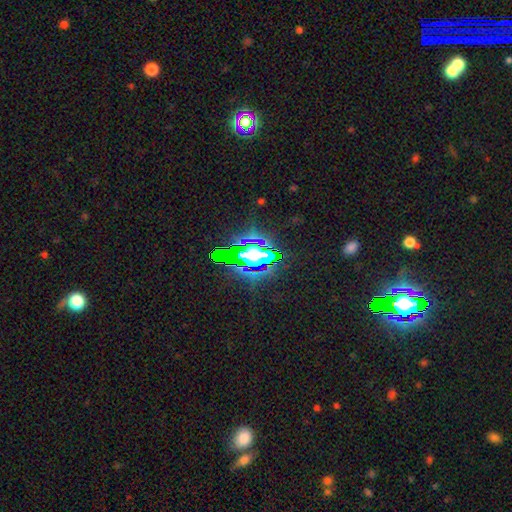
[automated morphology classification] A star or artifact, not a galaxy (64%).

Vote fractions:
- Smooth or featured? star or artifact: 64% / smooth: 22% / featured or disk: 14%